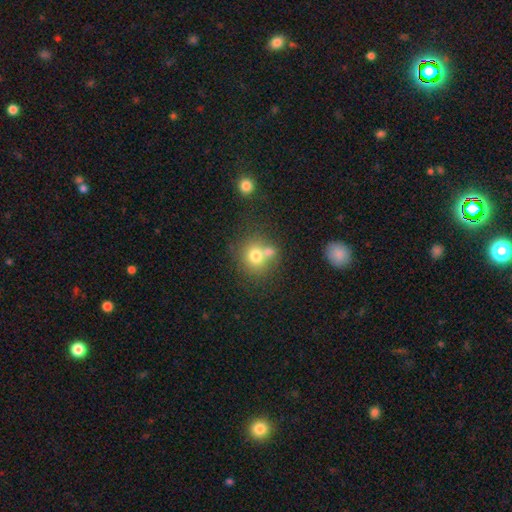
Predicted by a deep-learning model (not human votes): Smooth or featured?
  - smooth: 73% *
  - featured or disk: 15%
  - star or artifact: 12%
How rounded?
  - round: 79% *
  - in between: 20%
  - cigar-shaped: 1%
Merging?
  - none: 47% *
  - merger: 39%
  - minor disturbance: 10%
  - major disturbance: 5%